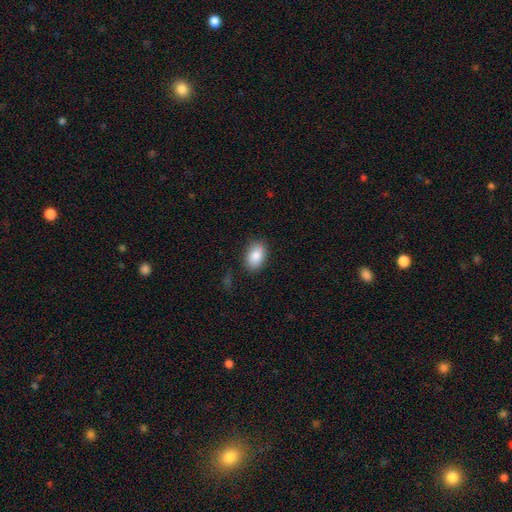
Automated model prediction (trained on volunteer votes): Smooth or featured? smooth (87%)
How rounded? in between (85%)
Merging? none (83%)